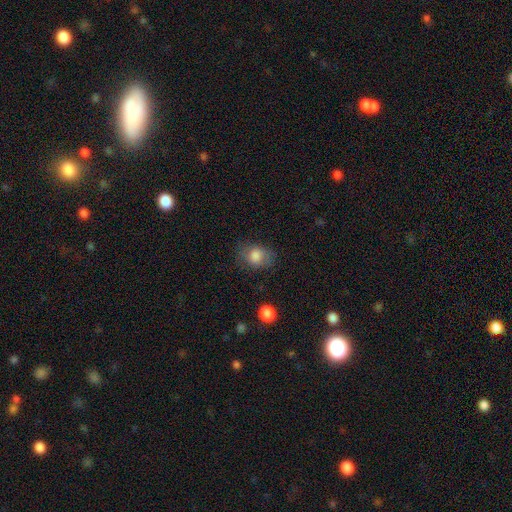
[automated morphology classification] smooth_or_featured: smooth (p=0.81) [alt: featured or disk p=0.10]
how_rounded: in between (p=0.52) [alt: round p=0.47]
merging: none (p=0.66) [alt: minor disturbance p=0.22]